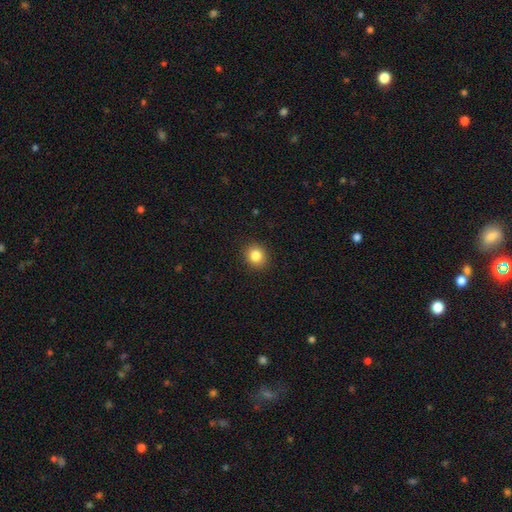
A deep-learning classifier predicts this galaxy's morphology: Overall: smooth (83%). How rounded: round (82%). Merging: none (91%).